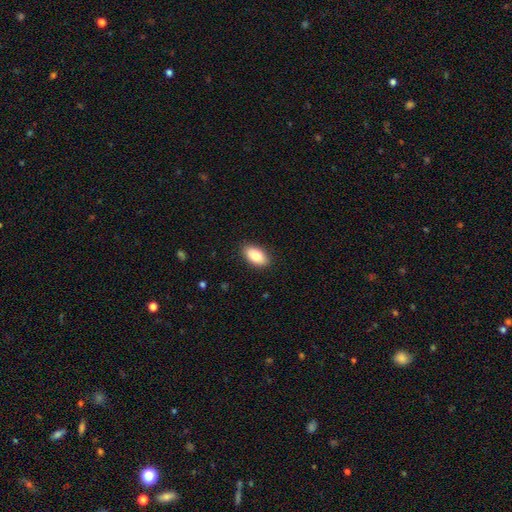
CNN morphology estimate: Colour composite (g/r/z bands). It shows a smooth galaxy with no disk features (87%) that is in between round and cigar-shaped (93%). Merging: none (88%).